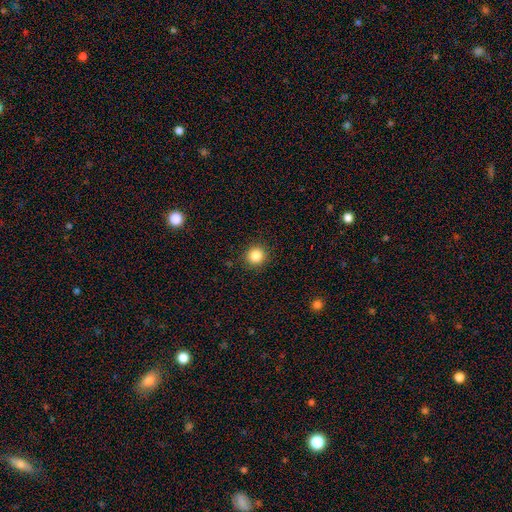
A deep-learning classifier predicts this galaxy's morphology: Smooth or featured? Predicted: smooth (p=0.85). How rounded? Predicted: round (p=0.92). Merging? Predicted: none (p=0.91).